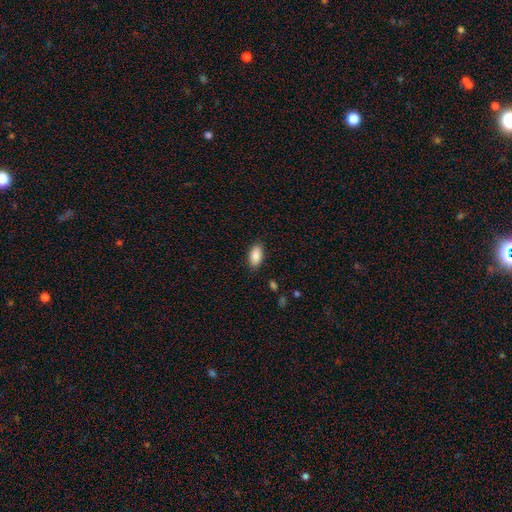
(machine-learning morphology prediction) type=smooth (86%); roundness=in between (93%); merging=none (86%).